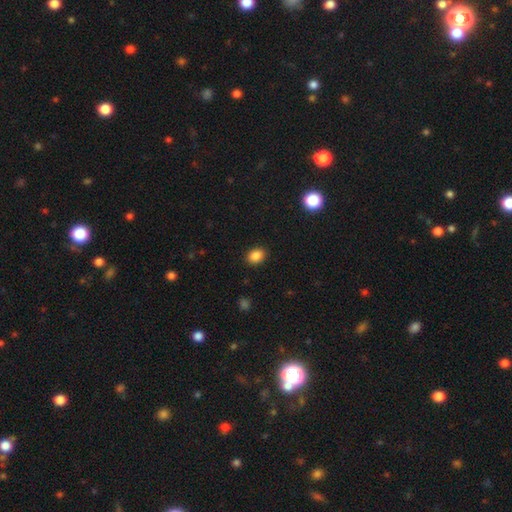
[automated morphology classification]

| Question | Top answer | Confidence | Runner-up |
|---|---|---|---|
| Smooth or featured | smooth | 87% | star or artifact (9%) |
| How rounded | in between | 67% | round (32%) |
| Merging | none | 89% | minor disturbance (7%) |